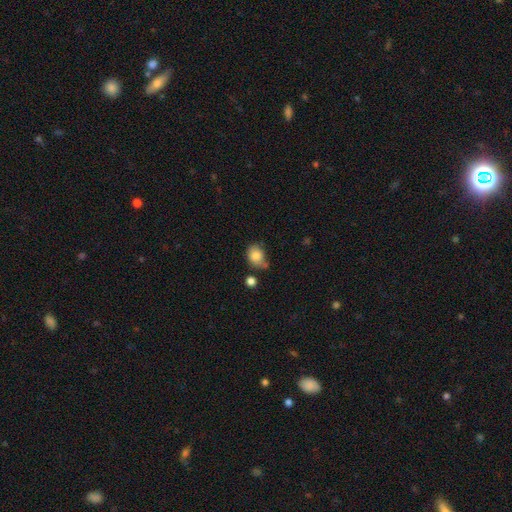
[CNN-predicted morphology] smooth-or-featured: smooth: 82% | star or artifact: 9% | featured or disk: 9%
  how-rounded: in between: 50% | round: 49% | cigar-shaped: 1%
  merging: none: 45% | minor disturbance: 32% | merger: 12% | major disturbance: 11%